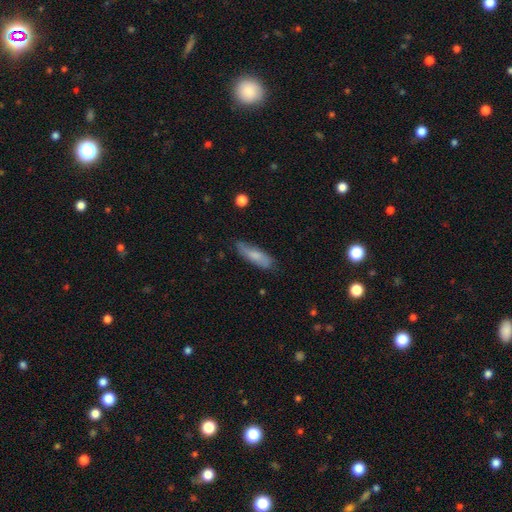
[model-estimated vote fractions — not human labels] smooth_or_featured: smooth (p=0.70) [alt: featured or disk p=0.24]
how_rounded: cigar-shaped (p=0.52) [alt: in between p=0.45]
merging: none (p=0.72) [alt: minor disturbance p=0.22]